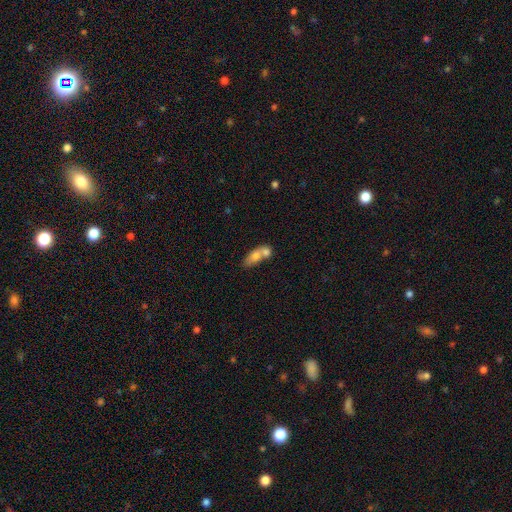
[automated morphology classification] Overall: smooth (70%). How rounded: in between (70%). Merging: merger (63%).